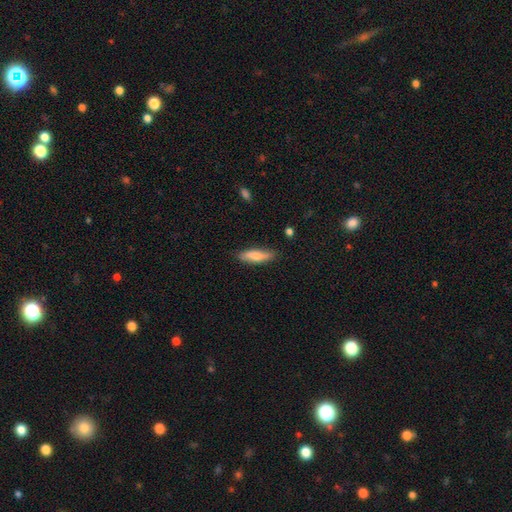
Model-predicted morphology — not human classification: Overall: smooth (70%). How rounded: cigar-shaped (61%; in between 37%). Merging: none (82%).